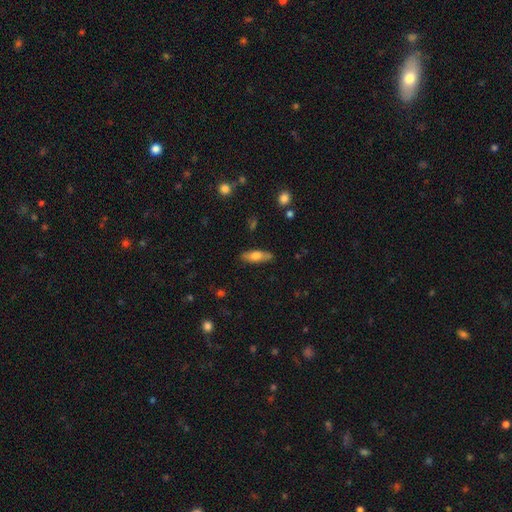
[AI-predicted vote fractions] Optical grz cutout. It shows a smooth galaxy with no disk features (68%) that is in between round and cigar-shaped (56%). Merging: none (82%).